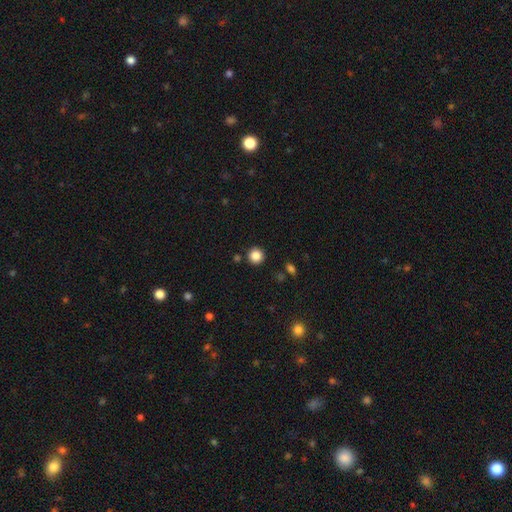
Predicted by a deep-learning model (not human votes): Overall: smooth (85%). How rounded: round (95%). Merging: none (90%).